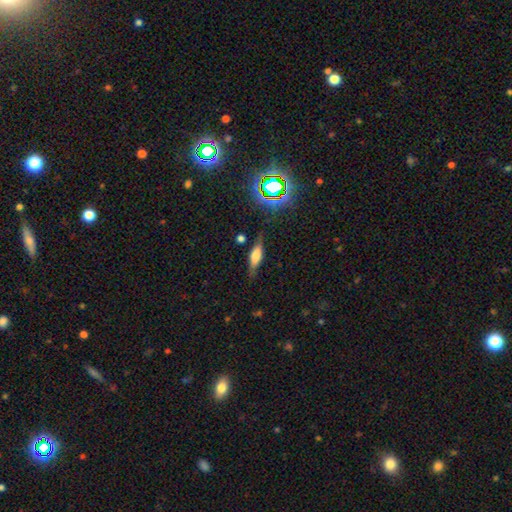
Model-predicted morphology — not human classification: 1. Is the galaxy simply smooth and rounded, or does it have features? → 47% smooth, 41% featured or disk, 12% star or artifact.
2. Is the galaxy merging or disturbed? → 77% none, 16% minor disturbance, 4% major disturbance, 2% merger.